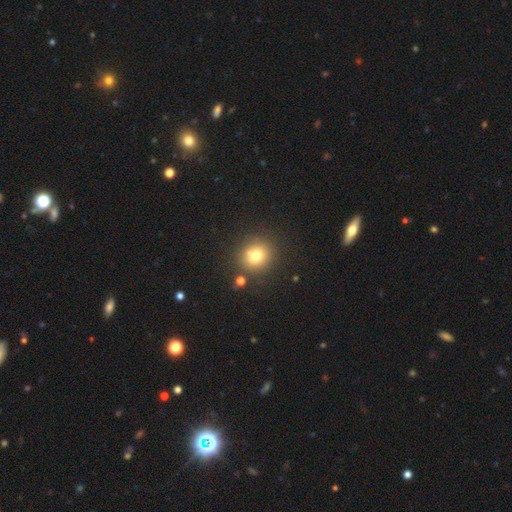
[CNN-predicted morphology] The model was most divided on "smooth or featured": smooth: 75%, star or artifact: 15%, featured or disk: 10%. More confident: how rounded — round (88%); merging — none (83%).